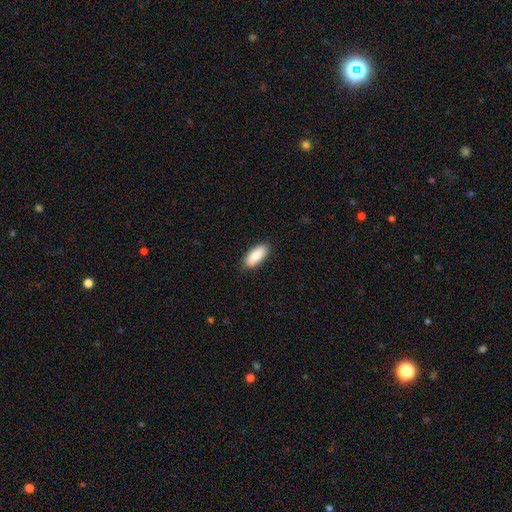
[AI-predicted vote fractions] Smooth or featured? smooth (87%)
How rounded? in between (84%)
Merging? none (88%)